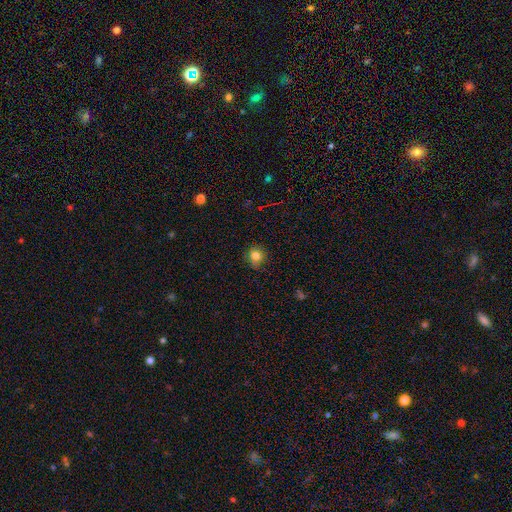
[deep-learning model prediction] The model was most divided on "merging": none: 81%, minor disturbance: 14%, major disturbance: 3%, merger: 1%. More confident: how rounded — round (84%); smooth or featured — smooth (81%).